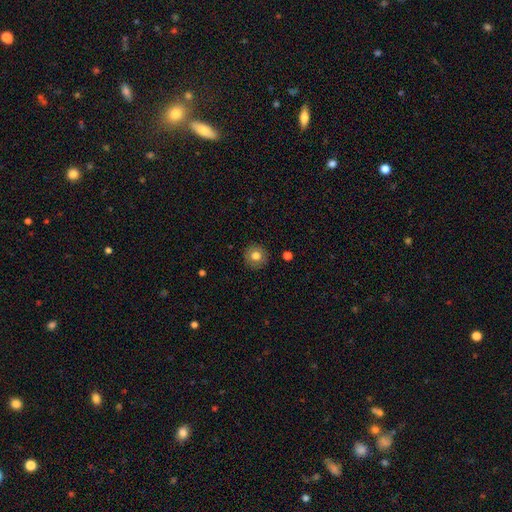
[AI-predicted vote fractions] The model was most divided on "smooth or featured": smooth: 79%, featured or disk: 11%, star or artifact: 9%. More confident: how rounded — round (94%); merging — none (91%).